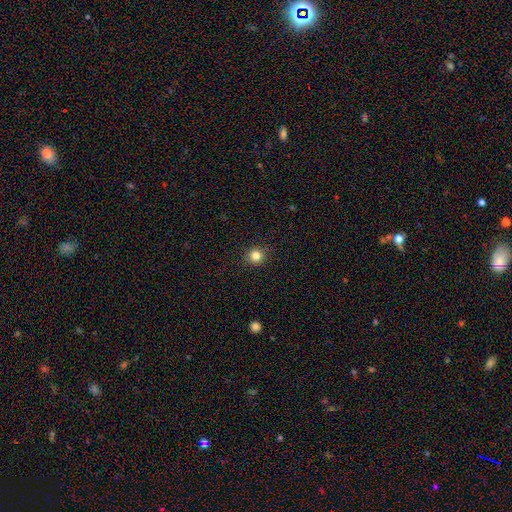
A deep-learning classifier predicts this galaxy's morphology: Smooth or featured? smooth (82%)
How rounded? round (92%)
Merging? none (92%)